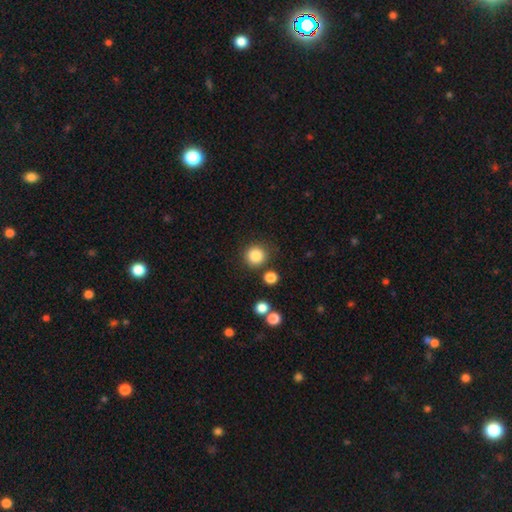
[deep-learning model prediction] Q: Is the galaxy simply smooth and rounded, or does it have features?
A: smooth — 85%.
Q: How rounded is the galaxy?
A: round — 93%.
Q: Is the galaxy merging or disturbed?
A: none — 84%.